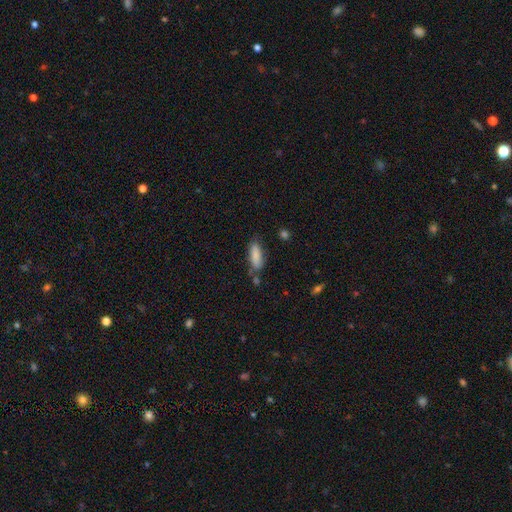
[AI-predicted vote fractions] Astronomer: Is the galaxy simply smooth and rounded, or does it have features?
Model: smooth — 85%.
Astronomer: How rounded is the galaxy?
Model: in between — 65%.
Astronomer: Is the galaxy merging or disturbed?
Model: none — 64%.